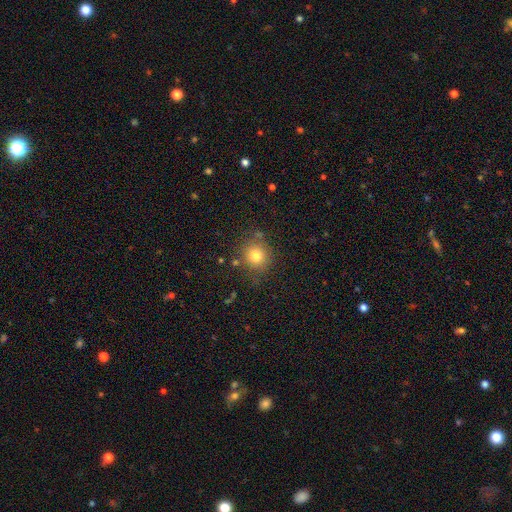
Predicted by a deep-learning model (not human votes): Smooth or featured? smooth (78%)
How rounded? round (89%)
Merging? none (81%)